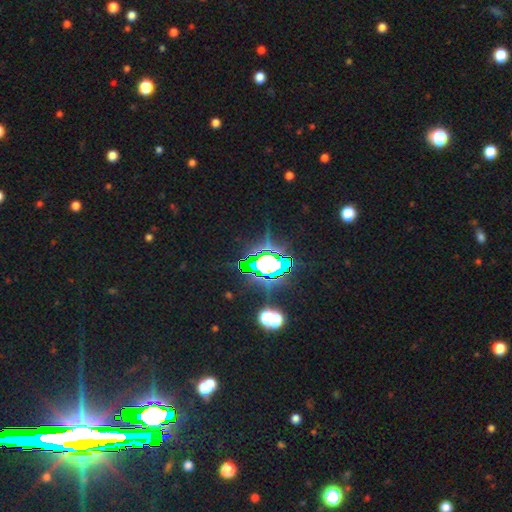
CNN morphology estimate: star or artifact 78%, smooth 12%, featured or disk 10%.